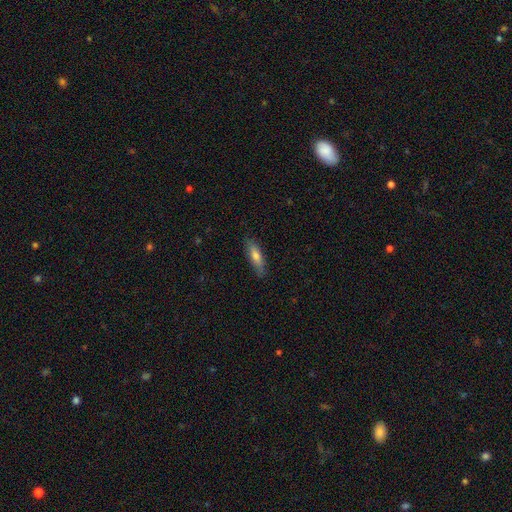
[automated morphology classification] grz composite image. It shows a smooth galaxy with no disk features (70%) that is cigar-shaped (60%). Merging: none (83%).